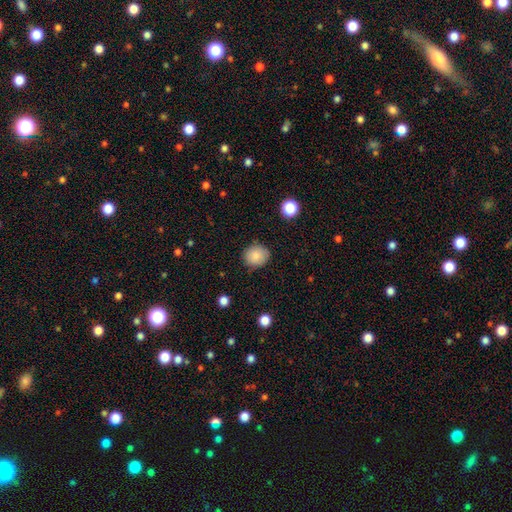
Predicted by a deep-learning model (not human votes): smooth-or-featured: smooth: 86% | star or artifact: 9% | featured or disk: 5%
  how-rounded: round: 85% | in between: 14% | cigar-shaped: 1%
  merging: none: 85% | minor disturbance: 11% | major disturbance: 3% | merger: 1%